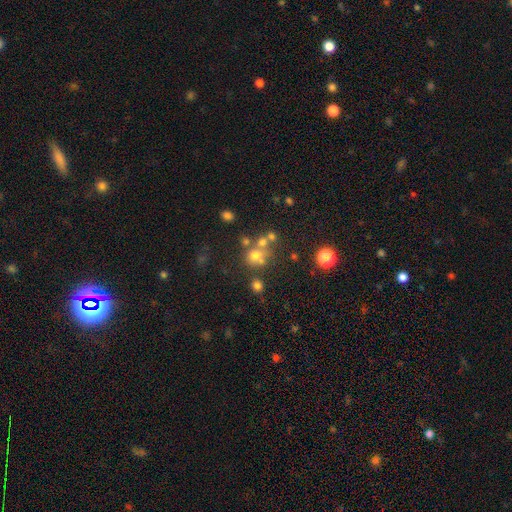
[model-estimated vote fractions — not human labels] Smooth or featured: smooth — 61% (star or artifact — 21%)
How rounded: round — 80% (in between — 19%)
Merging: none — 50% (merger — 34%)